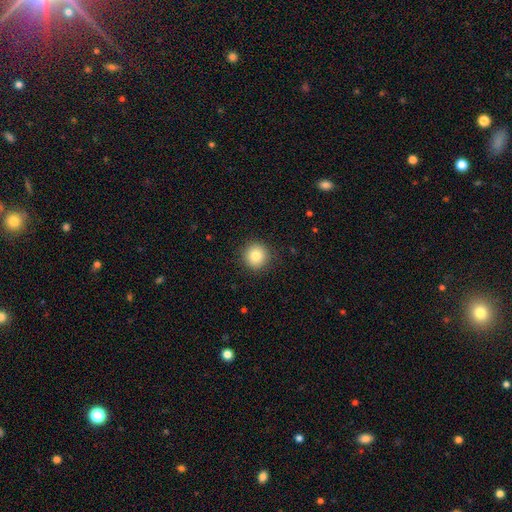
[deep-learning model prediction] Smooth or featured?
  - smooth: 83% *
  - star or artifact: 10%
  - featured or disk: 7%
How rounded?
  - round: 94% *
  - in between: 5%
  - cigar-shaped: 1%
Merging?
  - none: 90% *
  - minor disturbance: 7%
  - major disturbance: 2%
  - merger: 1%